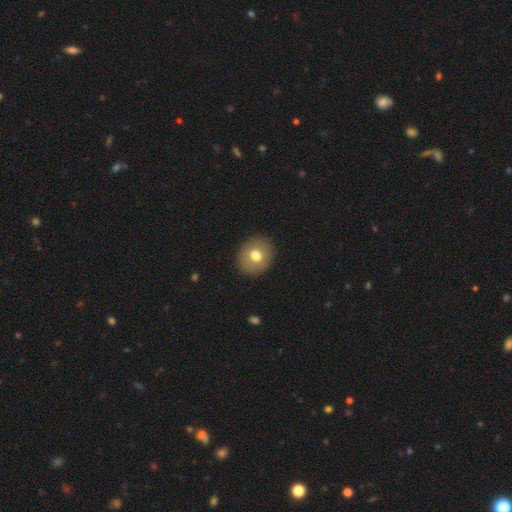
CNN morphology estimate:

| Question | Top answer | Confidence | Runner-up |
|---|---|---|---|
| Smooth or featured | smooth | 73% | featured or disk (18%) |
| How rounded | round | 76% | in between (23%) |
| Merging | none | 89% | minor disturbance (7%) |